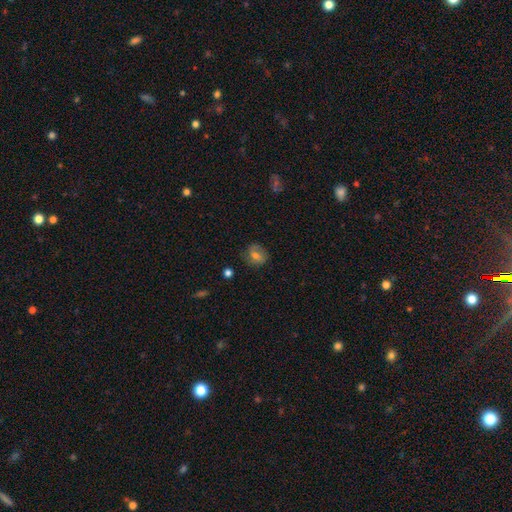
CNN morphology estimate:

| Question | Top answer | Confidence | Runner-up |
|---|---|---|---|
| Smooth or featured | smooth | 60% | featured or disk (27%) |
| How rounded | round | 63% | in between (36%) |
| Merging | none | 73% | minor disturbance (19%) |